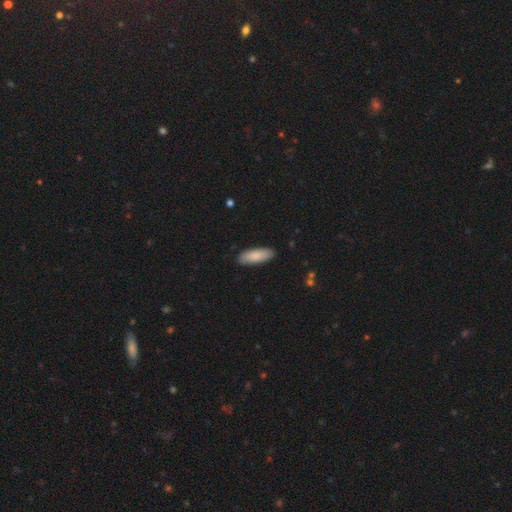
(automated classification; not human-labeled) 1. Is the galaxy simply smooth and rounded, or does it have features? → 86% smooth, 9% featured or disk, 5% star or artifact.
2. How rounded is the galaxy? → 64% in between, 34% cigar-shaped, 2% round.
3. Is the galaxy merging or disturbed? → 89% none, 9% minor disturbance, 2% major disturbance, 1% merger.